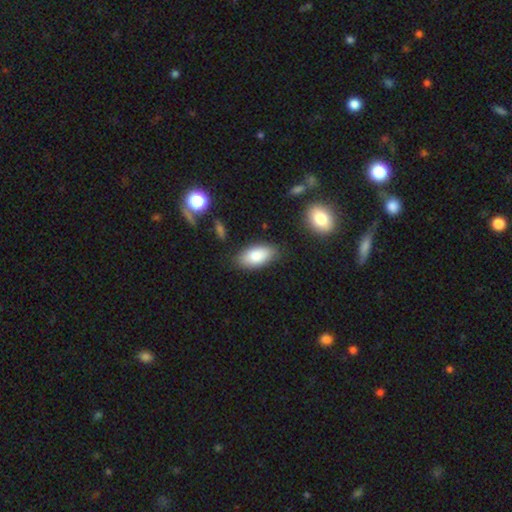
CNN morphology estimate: Smooth or featured?
  - smooth: 84% *
  - featured or disk: 9%
  - star or artifact: 7%
How rounded?
  - in between: 93% *
  - cigar-shaped: 4%
  - round: 3%
Merging?
  - none: 81% *
  - minor disturbance: 13%
  - major disturbance: 3%
  - merger: 3%